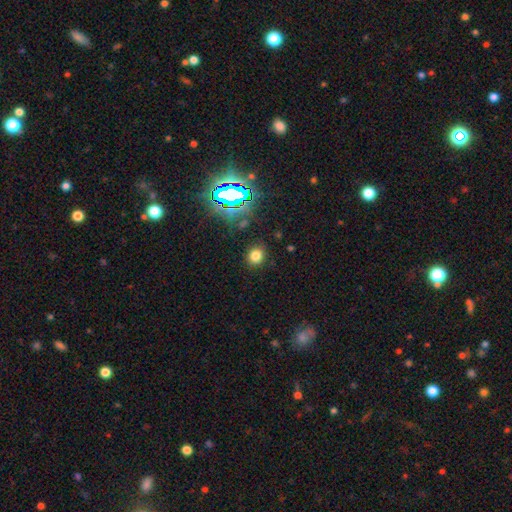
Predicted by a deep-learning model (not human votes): Overall: smooth (73%). How rounded: round (71%). Merging: none (87%).